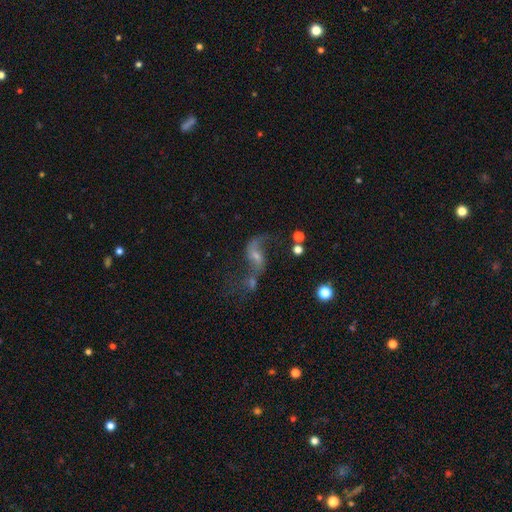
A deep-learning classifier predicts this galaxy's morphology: Smooth or featured? featured or disk (77%)
Edge-on disk? no (96%)
Bar? no (44%)
Spiral arms? yes (88%)
Spiral winding? loose (87%)
Spiral arm count? 2 (83%)
Bulge size? small (54%)
Merging? none (37%)